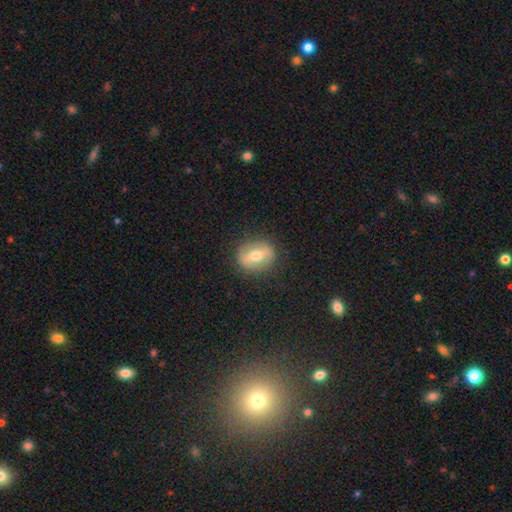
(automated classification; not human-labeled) This appears to be a featured or disk galaxy (49%). Merging: none (84%).